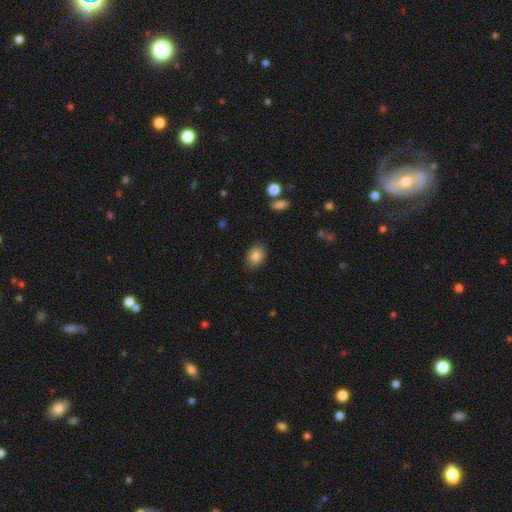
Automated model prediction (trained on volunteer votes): This is clearly a smooth galaxy (83%). How rounded: likely in between (69%). Merging: clearly none (86%).